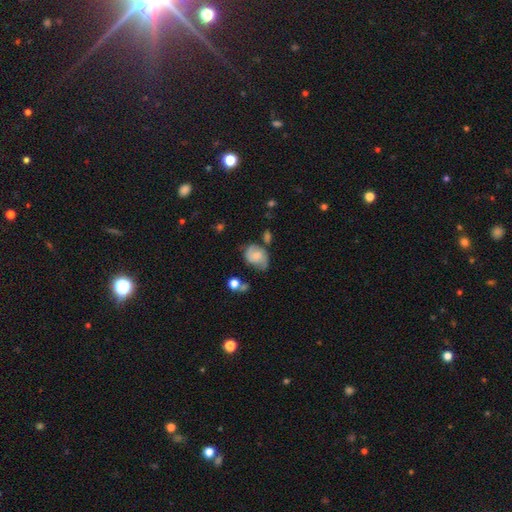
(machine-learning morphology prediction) This appears to be a smooth galaxy with no disk features (47%). Merging: none (44%).